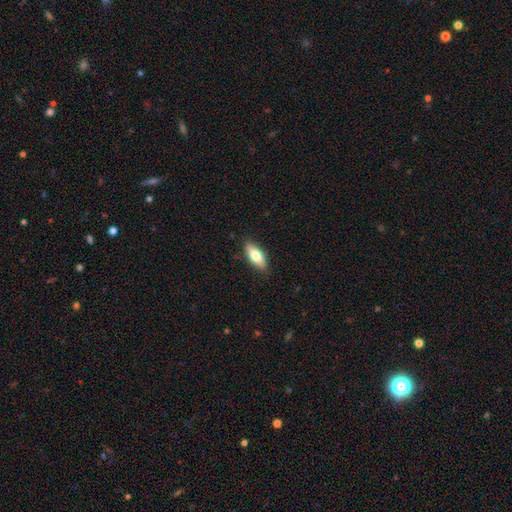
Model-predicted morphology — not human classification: Smooth or featured? Predicted: smooth (p=0.75). How rounded? Predicted: in between (p=0.79). Merging? Predicted: none (p=0.88).